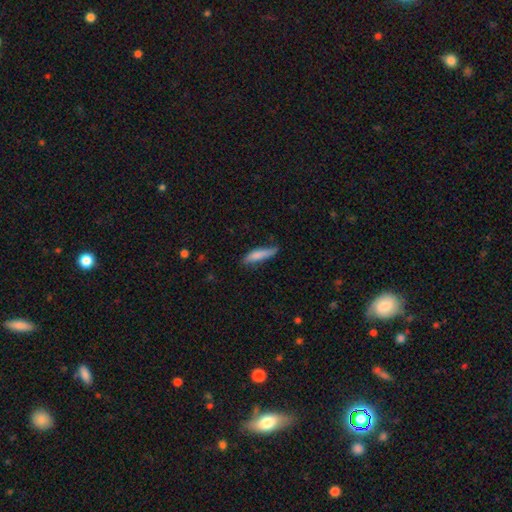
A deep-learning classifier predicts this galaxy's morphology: Smooth or featured: smooth — 78% (featured or disk — 16%)
How rounded: cigar-shaped — 76% (in between — 23%)
Merging: none — 61% (minor disturbance — 30%)